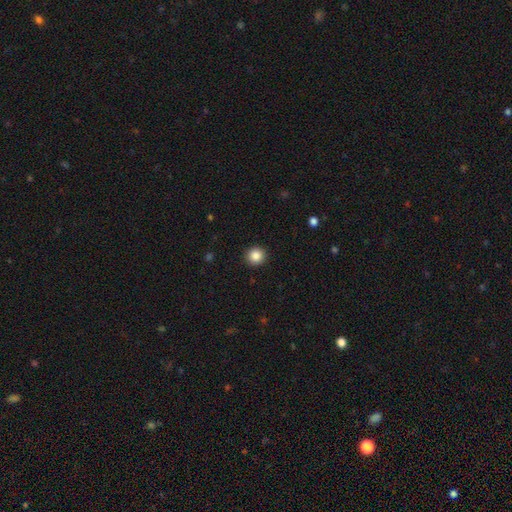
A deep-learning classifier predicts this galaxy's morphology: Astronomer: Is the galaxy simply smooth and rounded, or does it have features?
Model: smooth — 86%.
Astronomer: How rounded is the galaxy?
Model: round — 93%.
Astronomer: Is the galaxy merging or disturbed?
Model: none — 92%.